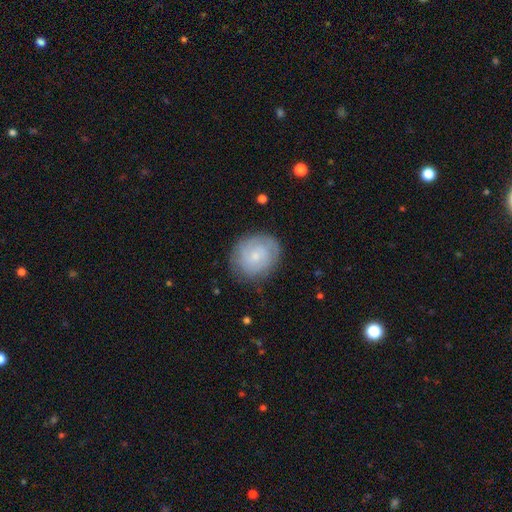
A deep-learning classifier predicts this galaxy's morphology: featured or disk 51%, smooth 42%, star or artifact 7%. Down the decision tree: edge-on disk — no (97%); merging — none (77%).